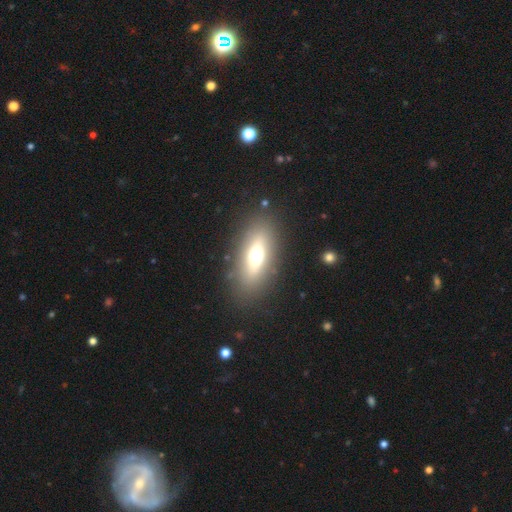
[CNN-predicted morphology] Smooth or featured: smooth — 59% (featured or disk — 29%)
How rounded: in between — 74% (cigar-shaped — 19%)
Merging: none — 84% (minor disturbance — 9%)